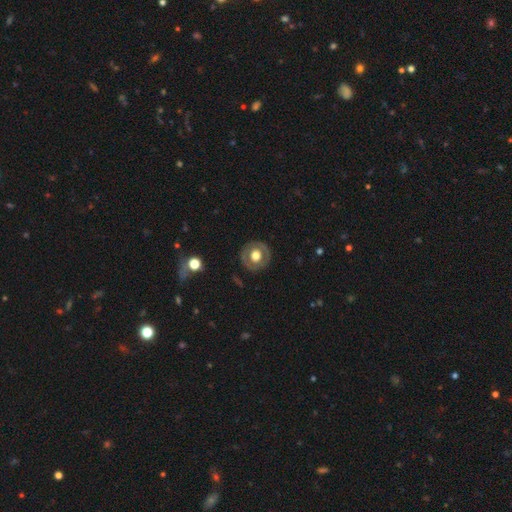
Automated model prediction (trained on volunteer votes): Smooth or featured?
  - smooth: 51% *
  - featured or disk: 42%
  - star or artifact: 7%
How rounded?
  - round: 89% *
  - in between: 10%
  - cigar-shaped: 1%
Merging?
  - none: 86% *
  - minor disturbance: 9%
  - major disturbance: 4%
  - merger: 1%